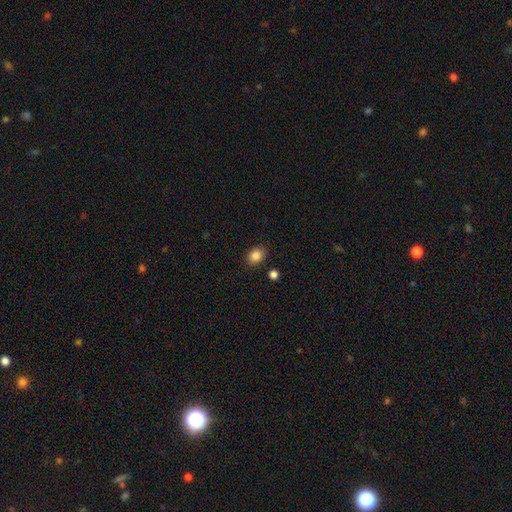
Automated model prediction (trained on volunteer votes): Smooth or featured?
  - smooth: 86% *
  - star or artifact: 10%
  - featured or disk: 4%
How rounded?
  - in between: 57% *
  - round: 42%
  - cigar-shaped: 1%
Merging?
  - none: 86% *
  - minor disturbance: 9%
  - merger: 3%
  - major disturbance: 2%